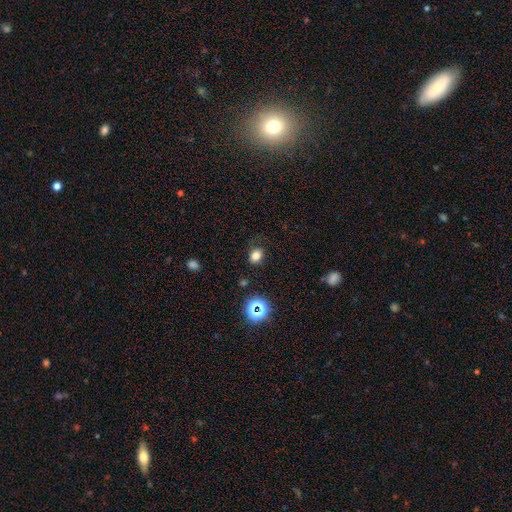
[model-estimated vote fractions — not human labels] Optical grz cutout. It shows a smooth galaxy with no disk features (76%) that is in between round and cigar-shaped (53%). Merging: none (78%).